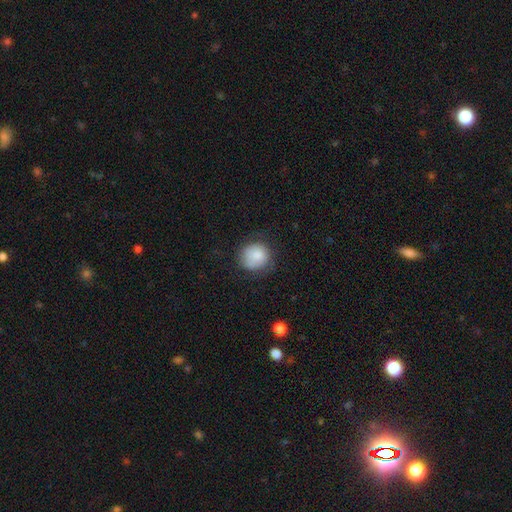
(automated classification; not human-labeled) Q: Smooth or featured?
A: smooth (79%); runner-up: featured or disk (13%)
Q: How rounded?
A: round (84%); runner-up: in between (15%)
Q: Merging?
A: none (64%); runner-up: minor disturbance (25%)